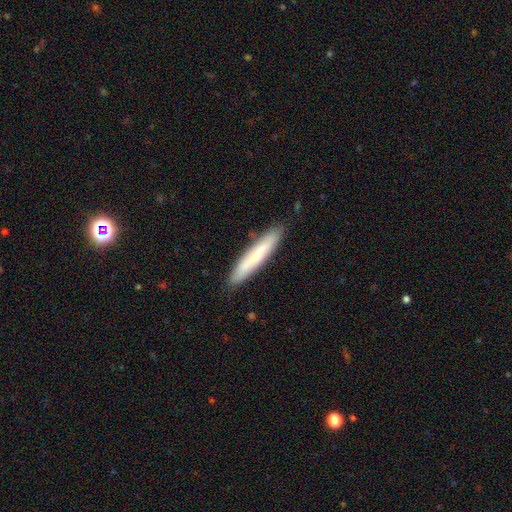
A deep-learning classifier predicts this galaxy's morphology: smooth_or_featured: smooth (p=0.71) [alt: featured or disk p=0.24]
how_rounded: cigar-shaped (p=0.93) [alt: in between p=0.06]
merging: none (p=0.88) [alt: minor disturbance p=0.09]